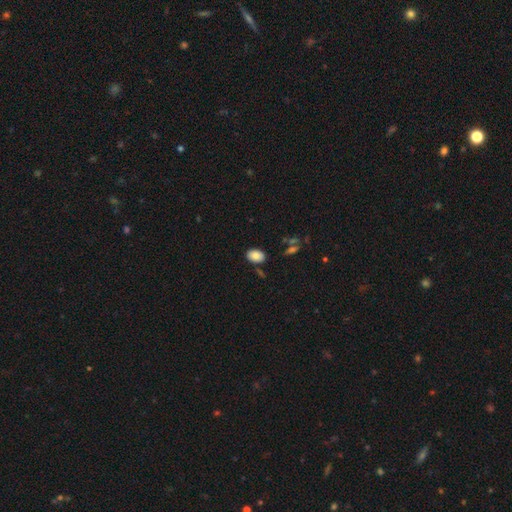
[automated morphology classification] Overall: smooth (85%). How rounded: in between (88%). Merging: none (81%).